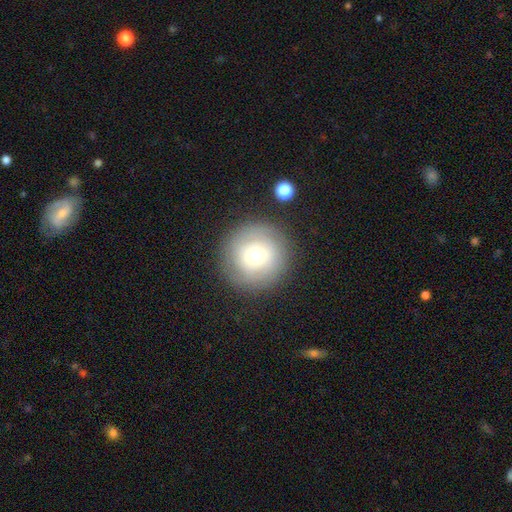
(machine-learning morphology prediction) smooth 64%, featured or disk 25%, star or artifact 11%. Down the decision tree: how rounded — round (96%); merging — none (85%).